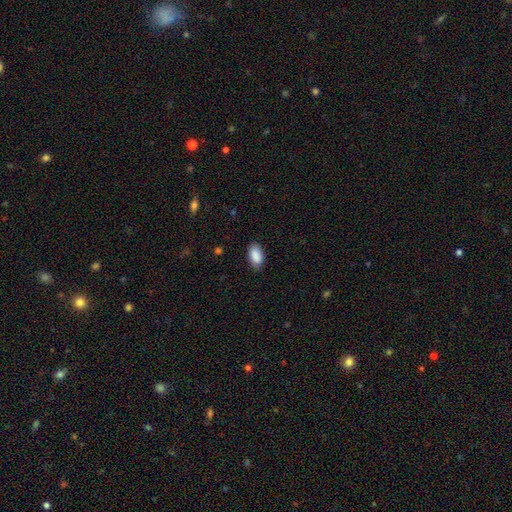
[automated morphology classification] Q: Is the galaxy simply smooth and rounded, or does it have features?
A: smooth — 90%.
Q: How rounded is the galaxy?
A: in between — 94%.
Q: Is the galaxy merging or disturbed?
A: none — 85%.